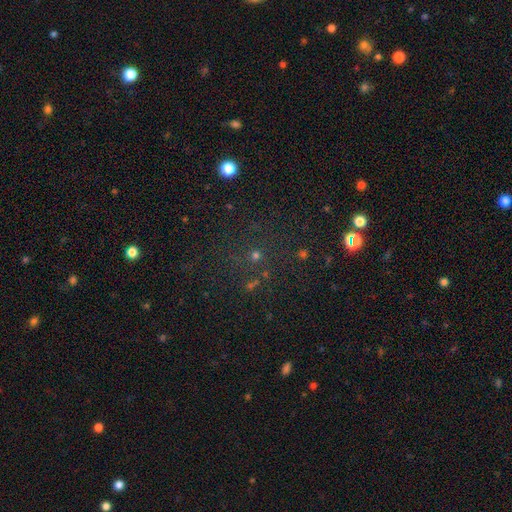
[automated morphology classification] smooth-or-featured: star or artifact: 47% | smooth: 42% | featured or disk: 11%